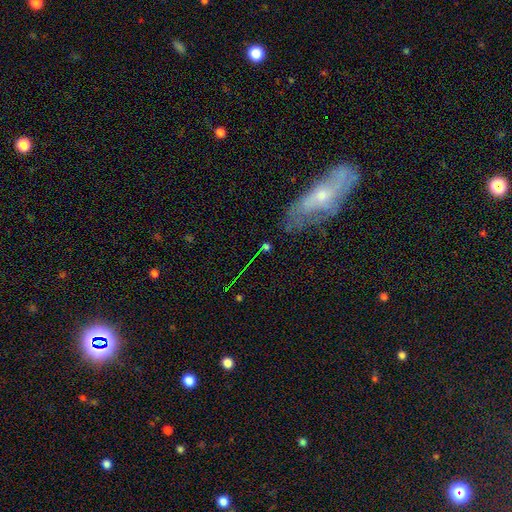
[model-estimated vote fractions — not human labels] Smooth or featured? star or artifact (43%)